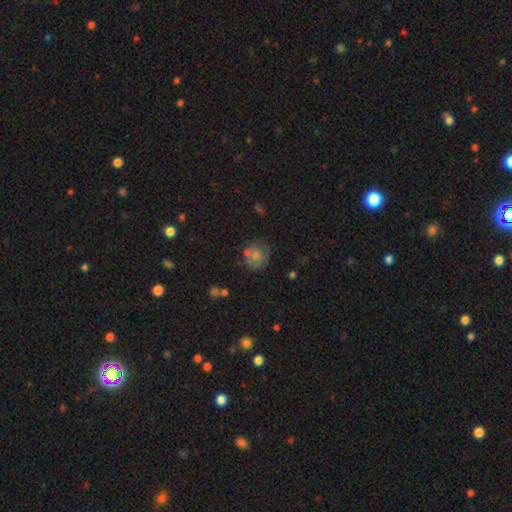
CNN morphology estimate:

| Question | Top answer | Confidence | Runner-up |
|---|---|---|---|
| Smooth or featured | smooth | 61% | featured or disk (22%) |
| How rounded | round | 85% | in between (14%) |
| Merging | none | 68% | minor disturbance (17%) |